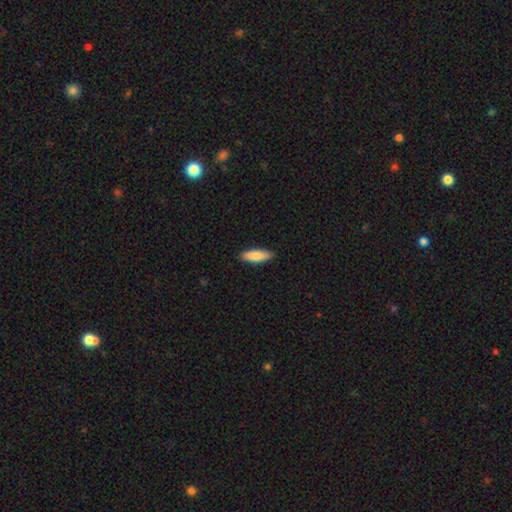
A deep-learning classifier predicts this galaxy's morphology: Smooth or featured: smooth — 86% (featured or disk — 9%)
How rounded: cigar-shaped — 50% (in between — 49%)
Merging: none — 87% (minor disturbance — 11%)